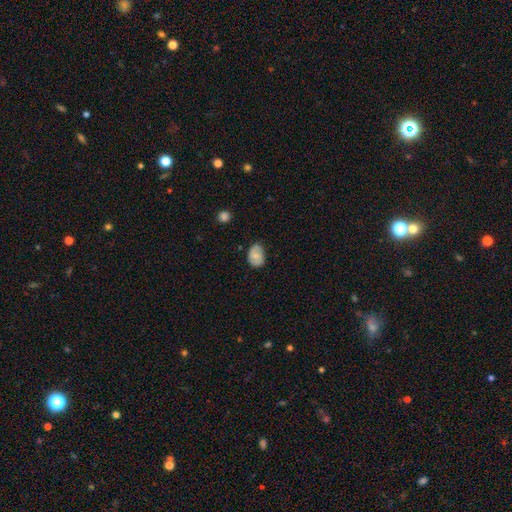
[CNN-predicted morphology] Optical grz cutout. It shows a smooth galaxy with no disk features (69%) that is in between round and cigar-shaped (72%). Merging: none (62%).